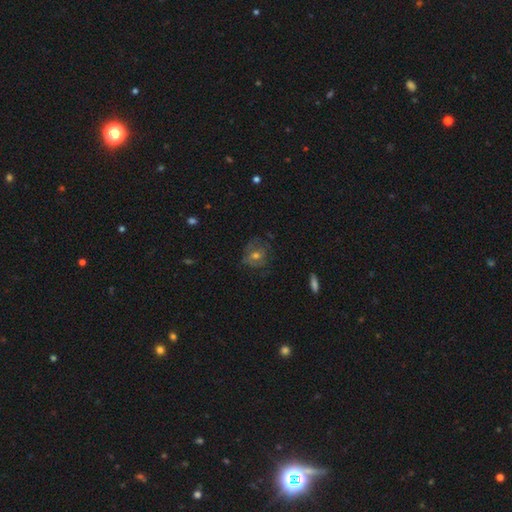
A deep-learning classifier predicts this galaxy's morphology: smooth-or-featured: featured or disk: 42% (tied) | smooth: 42% (tied) | star or artifact: 16%
  merging: none: 63% | minor disturbance: 22% | major disturbance: 13% | merger: 2%